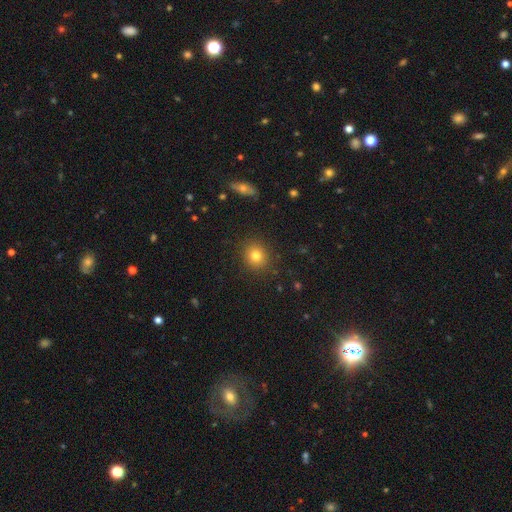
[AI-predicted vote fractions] Smooth or featured?
  - smooth: 80% *
  - star or artifact: 13%
  - featured or disk: 7%
How rounded?
  - round: 82% *
  - in between: 17%
  - cigar-shaped: 1%
Merging?
  - none: 89% *
  - minor disturbance: 7%
  - major disturbance: 3%
  - merger: 1%